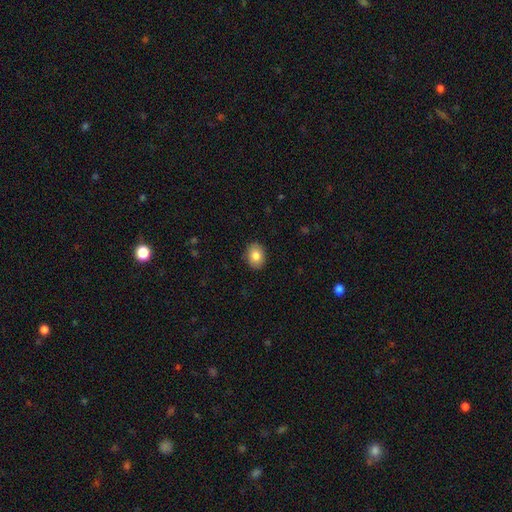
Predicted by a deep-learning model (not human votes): A smooth galaxy with no disk features (83%) that is in between round and cigar-shaped (61%). Merging: none (89%).